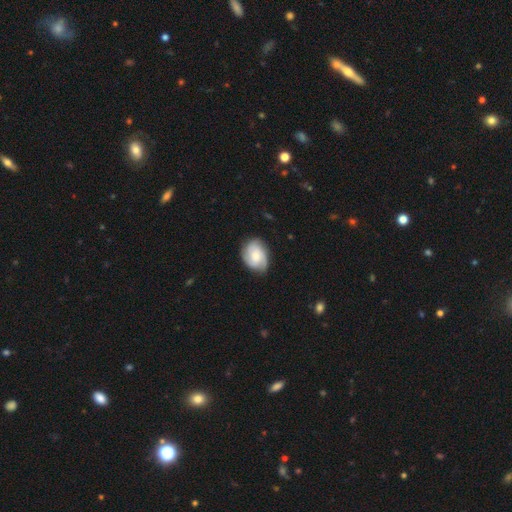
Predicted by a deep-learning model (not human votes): Smooth or featured? Predicted: featured or disk (p=0.58). Edge-on disk? Predicted: no (p=0.97). Bar? Predicted: no (p=0.64). Spiral arms? Predicted: yes (p=0.91). Spiral winding? Predicted: tight (p=0.49). Spiral arm count? Predicted: 3 (p=0.35). Bulge size? Predicted: moderate (p=0.50). Merging? Predicted: none (p=0.72).